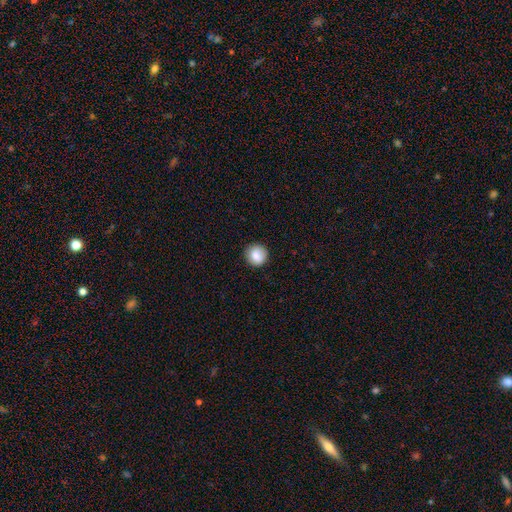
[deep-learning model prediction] smooth 83%, star or artifact 9%, featured or disk 8%. Down the decision tree: how rounded — round (93%); merging — none (90%).